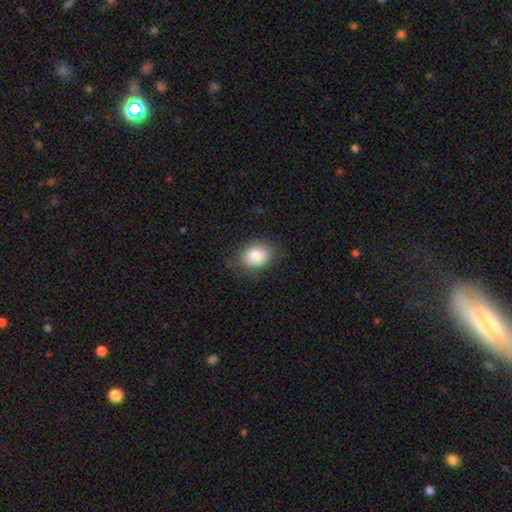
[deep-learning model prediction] A smooth galaxy with no disk features (83%) that is in between round and cigar-shaped (65%).

Vote fractions:
- Smooth or featured? smooth: 83% / featured or disk: 8% / star or artifact: 8%
- How rounded? in between: 65% / round: 34% / cigar-shaped: 1%
- Merging? none: 81% / minor disturbance: 14% / major disturbance: 4% / merger: 1%